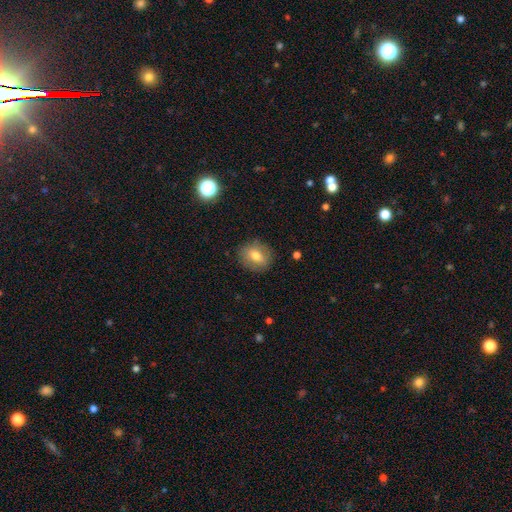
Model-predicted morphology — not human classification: smooth_or_featured: smooth (p=0.69) [alt: featured or disk p=0.22]
how_rounded: round (p=0.60) [alt: in between p=0.39]
merging: none (p=0.84) [alt: minor disturbance p=0.12]